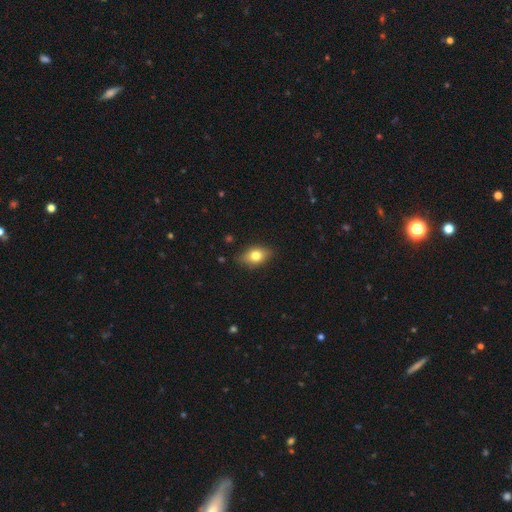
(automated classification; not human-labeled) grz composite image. It shows a smooth galaxy with no disk features (75%) that is in between round and cigar-shaped (82%). Merging: none (82%).